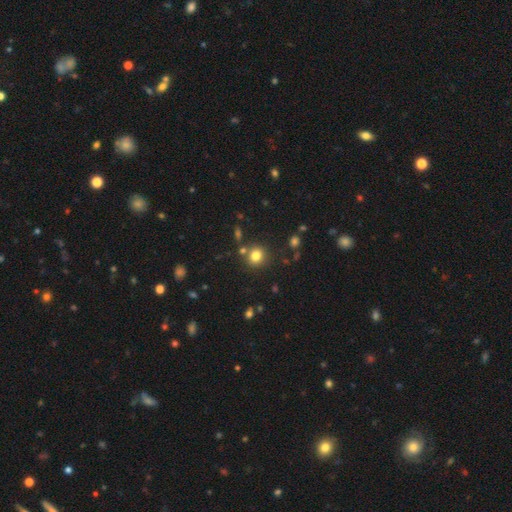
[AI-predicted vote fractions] smooth_or_featured: smooth (p=0.79) [alt: star or artifact p=0.14]
how_rounded: round (p=0.86) [alt: in between p=0.13]
merging: none (p=0.79) [alt: merger p=0.09]